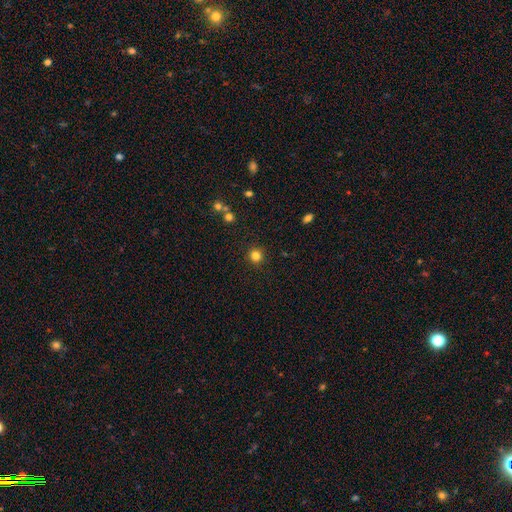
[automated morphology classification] Smooth or featured?
  - smooth: 81% *
  - star or artifact: 14%
  - featured or disk: 5%
How rounded?
  - round: 93% *
  - in between: 6%
  - cigar-shaped: 1%
Merging?
  - none: 91% *
  - minor disturbance: 5%
  - major disturbance: 2%
  - merger: 2%